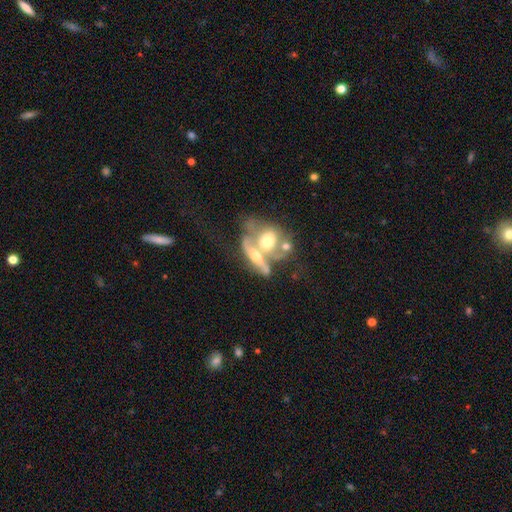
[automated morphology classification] Smooth or featured? Predicted: featured or disk (p=0.60). Edge-on disk? Predicted: no (p=0.70). Merging? Predicted: merger (p=0.64).